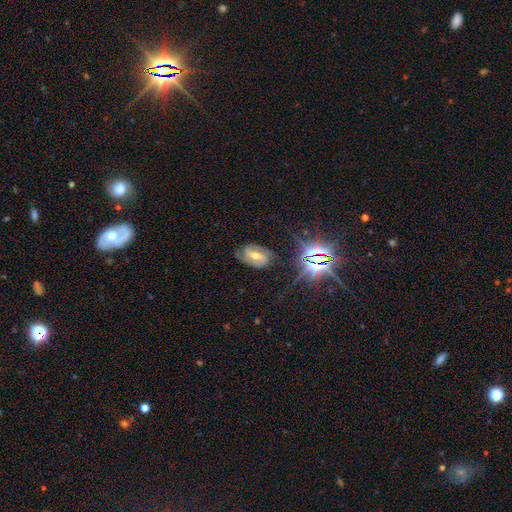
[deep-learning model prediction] featured or disk 70%, star or artifact 17%, smooth 13%. Down the decision tree: edge-on disk — no (95%); bar — strong (45%); spiral arms — yes (90%); spiral arm count — 2 (83%); spiral winding — medium (43%); bulge size — moderate (61%); merging — none (76%).